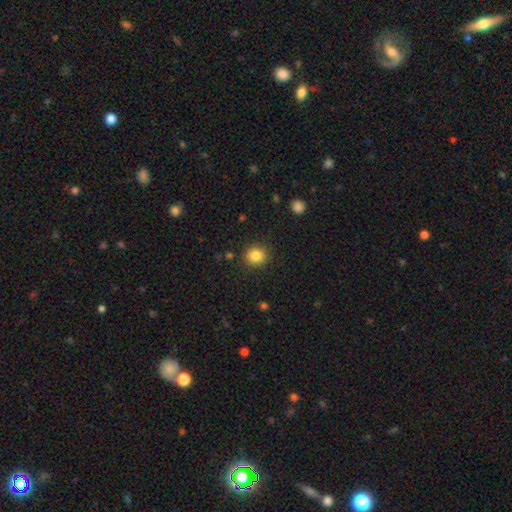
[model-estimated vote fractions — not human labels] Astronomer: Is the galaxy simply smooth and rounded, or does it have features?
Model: smooth — 84%.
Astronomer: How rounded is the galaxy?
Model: round — 86%.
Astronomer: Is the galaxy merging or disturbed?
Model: none — 90%.